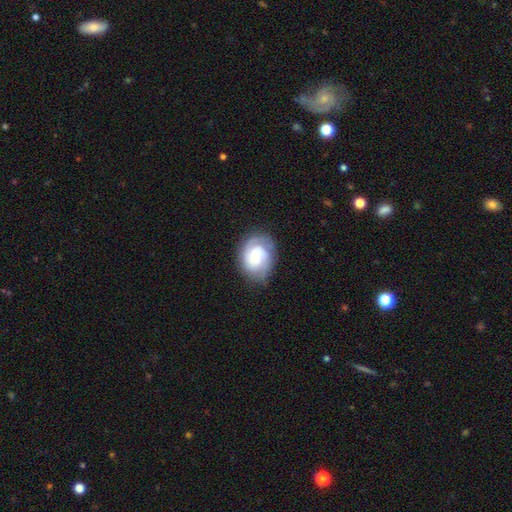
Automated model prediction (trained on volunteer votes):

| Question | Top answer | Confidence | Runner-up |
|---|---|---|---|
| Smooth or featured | featured or disk | 63% | smooth (30%) |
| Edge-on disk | no | 98% | yes (2%) |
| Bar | no | 57% | weak (36%) |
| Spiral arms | yes | 91% | no (9%) |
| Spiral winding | tight | 54% | medium (35%) |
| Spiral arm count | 2 | 45% | can't tell (23%) |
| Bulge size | small | 32% | moderate (29%) |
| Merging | none | 71% | minor disturbance (20%) |